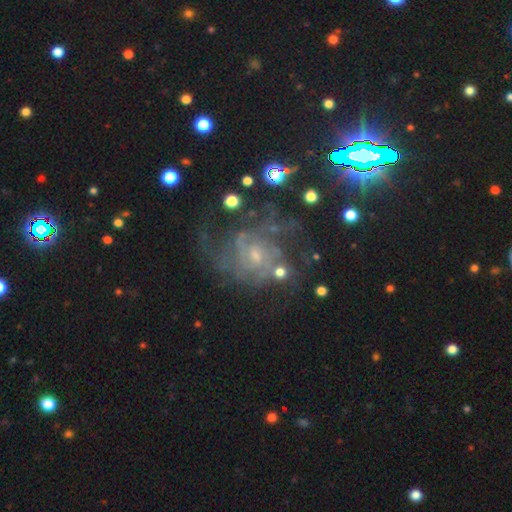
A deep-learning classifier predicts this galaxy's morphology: This appears to be a featured or disk galaxy (78%) with no bar (60%), medium (42%, tied with tight) spiral arms (89%) and a small central bulge (66%). Merging: none (54%).